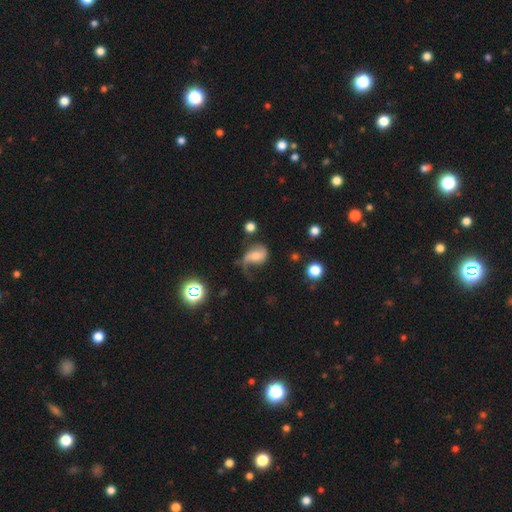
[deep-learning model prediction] The model was most divided on "bar": no: 44%, weak: 38%, strong: 18%. Remaining: edge-on disk — no (96%); spiral arms — yes (84%); smooth or featured — featured or disk (58%); bulge size — moderate (47%); merging — major disturbance (39%).